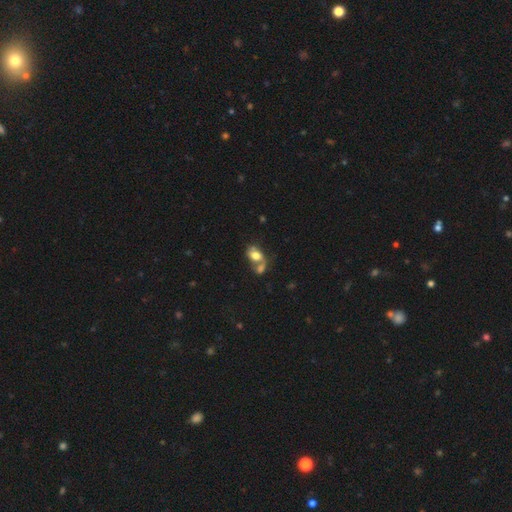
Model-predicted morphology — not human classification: Smooth or featured: smooth — 66% (featured or disk — 24%)
How rounded: in between — 77% (round — 21%)
Merging: merger — 57% (none — 23%)